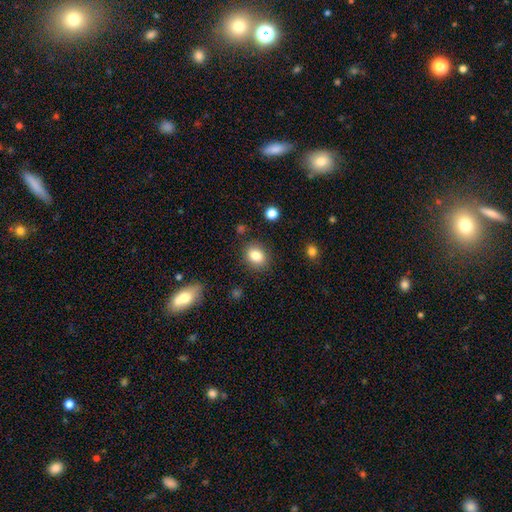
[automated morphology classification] The model was most divided on "how rounded": round: 51%, in between: 48%, cigar-shaped: 1%. More confident: merging — none (85%); smooth or featured — smooth (83%).